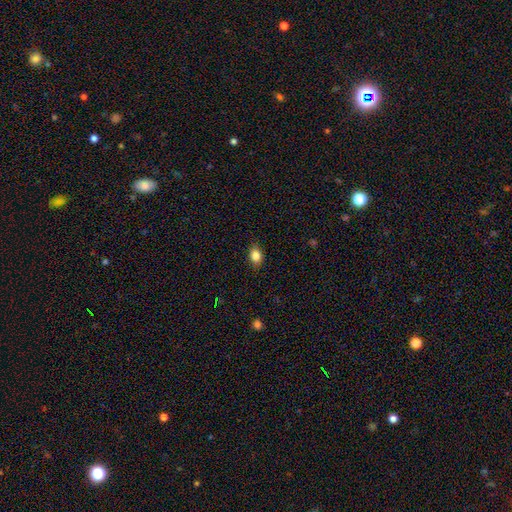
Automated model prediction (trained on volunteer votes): The model was most divided on "how rounded": in between: 68%, round: 30%, cigar-shaped: 2%. More confident: merging — none (87%); smooth or featured — smooth (84%).